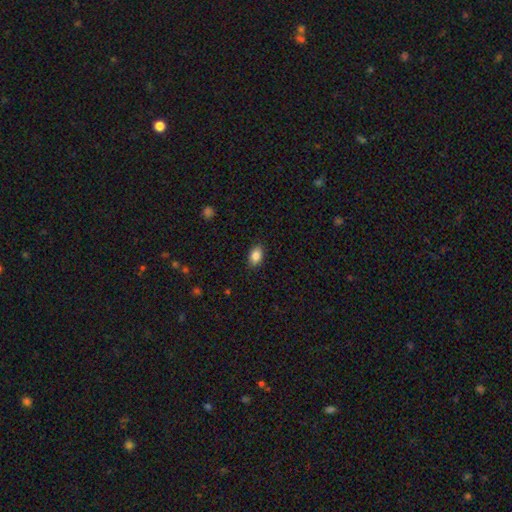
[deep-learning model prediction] Smooth or featured? Predicted: smooth (p=0.85). How rounded? Predicted: in between (p=0.87). Merging? Predicted: none (p=0.88).